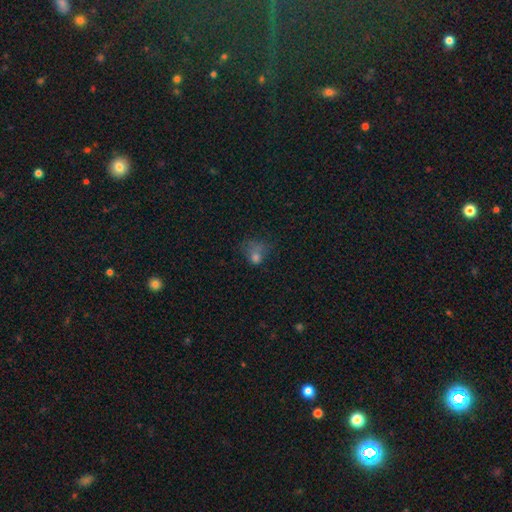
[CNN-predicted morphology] Smooth or featured? smooth (61%)
How rounded? round (53%)
Merging? major disturbance (34%, tied with none)